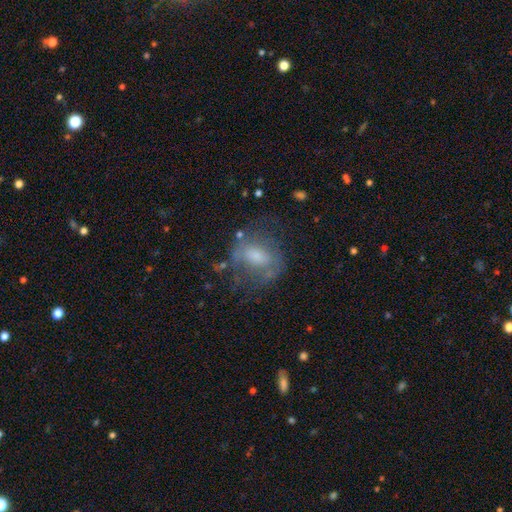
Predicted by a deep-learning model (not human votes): A featured or disk galaxy (45%).

Vote fractions:
- Smooth or featured? featured or disk: 45% / smooth: 42% / star or artifact: 12%
- Merging? none: 54% / minor disturbance: 23% / major disturbance: 20% / merger: 3%